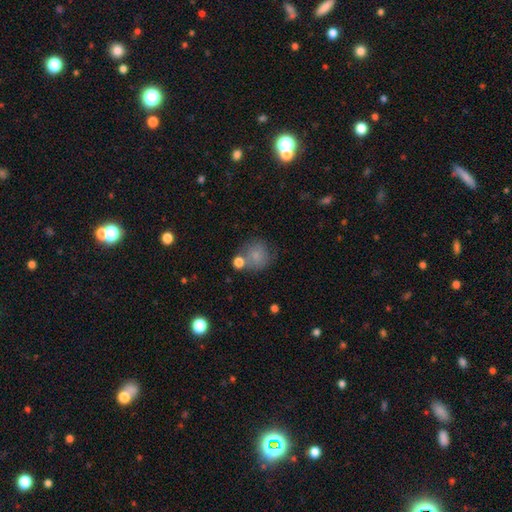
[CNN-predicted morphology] Q: Smooth or featured?
A: smooth (77%); runner-up: featured or disk (12%)
Q: How rounded?
A: round (83%); runner-up: in between (16%)
Q: Merging?
A: none (54%); runner-up: merger (21%)